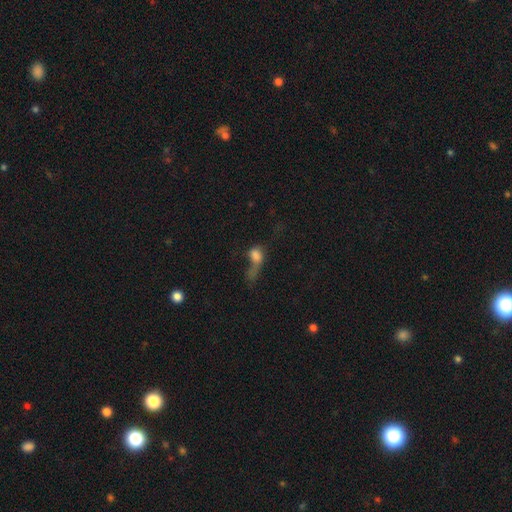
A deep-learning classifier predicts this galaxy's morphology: Smooth or featured? Predicted: smooth (p=0.65). How rounded? Predicted: in between (p=0.63). Merging? Predicted: major disturbance (p=0.54).